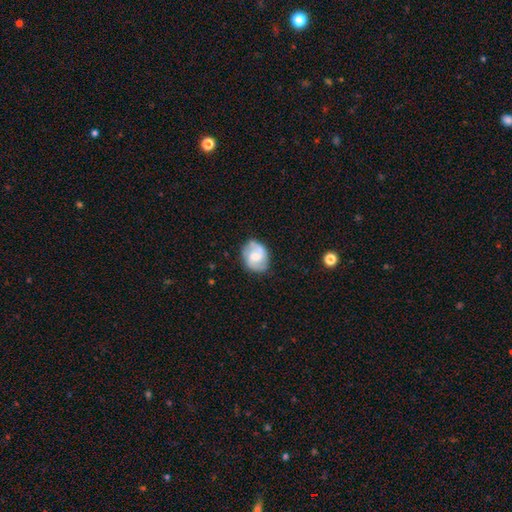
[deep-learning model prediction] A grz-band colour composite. It shows a featured or disk galaxy (62%) with no bar (46%), 2 (79%) medium (49%) spiral arms (86%) and a moderate central bulge (47%). Merging: none (72%).